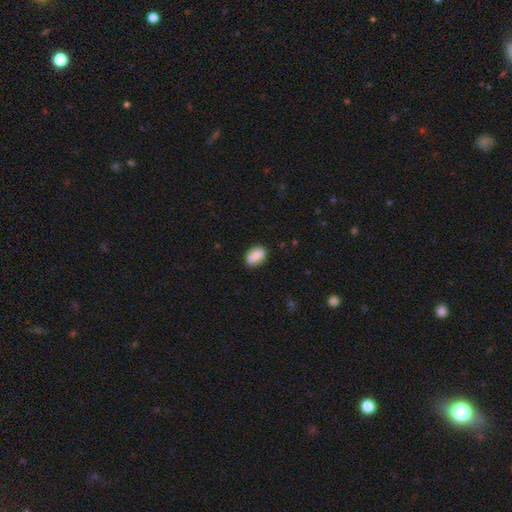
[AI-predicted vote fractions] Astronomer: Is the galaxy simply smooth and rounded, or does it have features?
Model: smooth — 86%.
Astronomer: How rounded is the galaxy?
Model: in between — 87%.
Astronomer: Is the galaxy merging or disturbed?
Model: none — 85%.